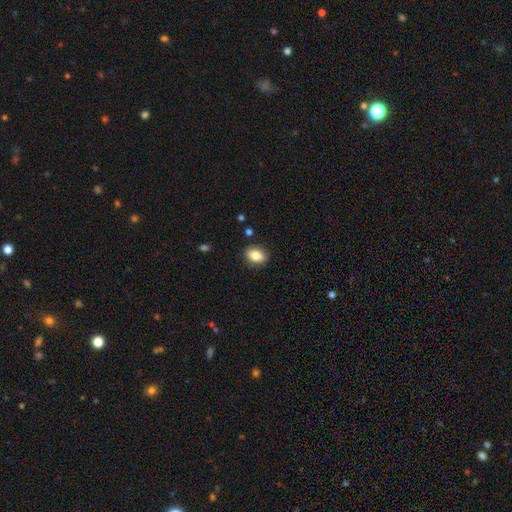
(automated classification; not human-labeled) smooth-or-featured: smooth: 84% | star or artifact: 8% | featured or disk: 7%
  how-rounded: in between: 72% | round: 26% | cigar-shaped: 1%
  merging: none: 88% | minor disturbance: 8% | major disturbance: 2% | merger: 1%